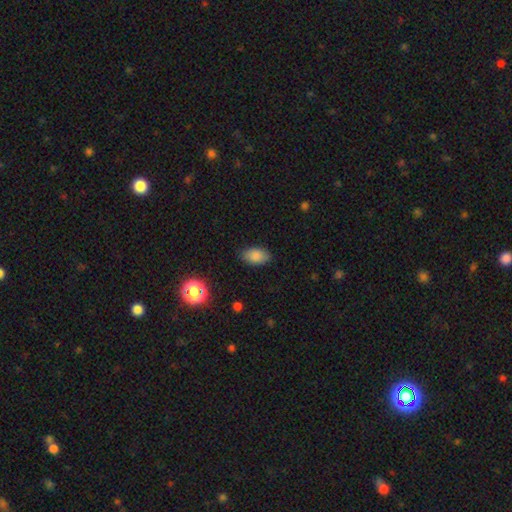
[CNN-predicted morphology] A smooth galaxy with no disk features (84%) that is in between round and cigar-shaped (90%). Merging: none (84%).